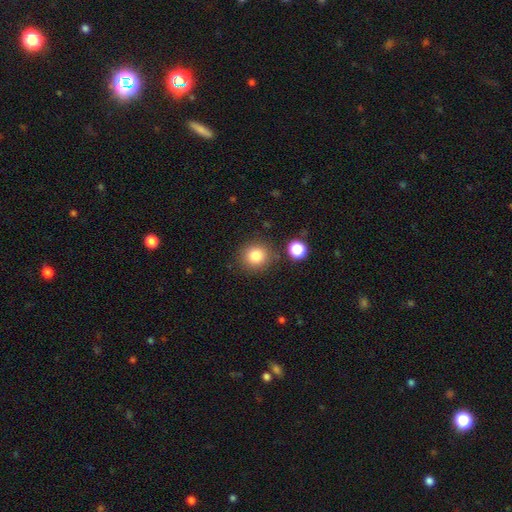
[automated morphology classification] Q: Smooth or featured?
A: smooth (83%); runner-up: star or artifact (11%)
Q: How rounded?
A: round (88%); runner-up: in between (11%)
Q: Merging?
A: none (83%); runner-up: minor disturbance (9%)